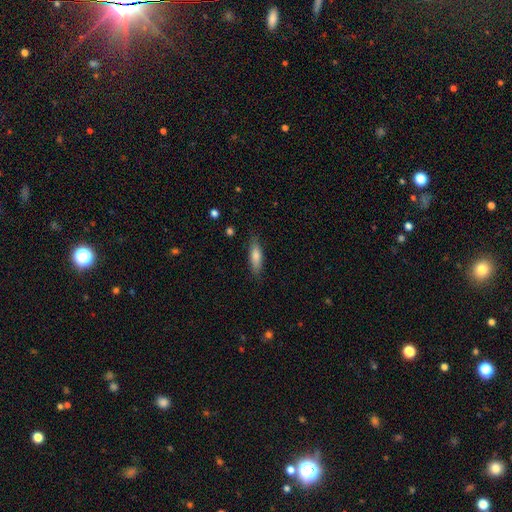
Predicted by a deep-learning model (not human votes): A smooth galaxy with no disk features (74%) that is cigar-shaped (63%).

Vote fractions:
- Smooth or featured? smooth: 74% / featured or disk: 20% / star or artifact: 6%
- How rounded? cigar-shaped: 63% / in between: 35% / round: 2%
- Merging? none: 83% / minor disturbance: 13% / major disturbance: 3% / merger: 1%